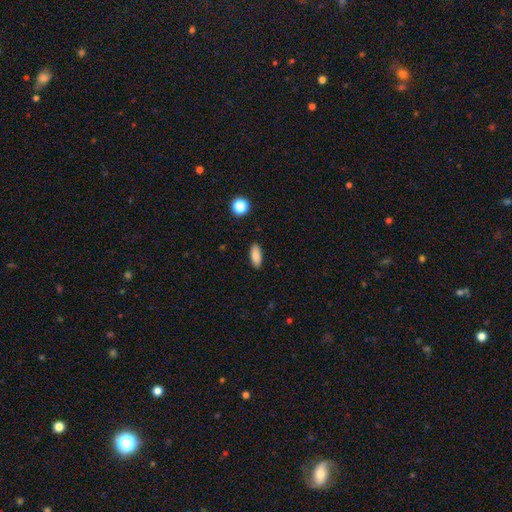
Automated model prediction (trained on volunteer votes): The model was most divided on "how rounded": in between: 83%, cigar-shaped: 14%, round: 3%. More confident: merging — none (88%); smooth or featured — smooth (87%).